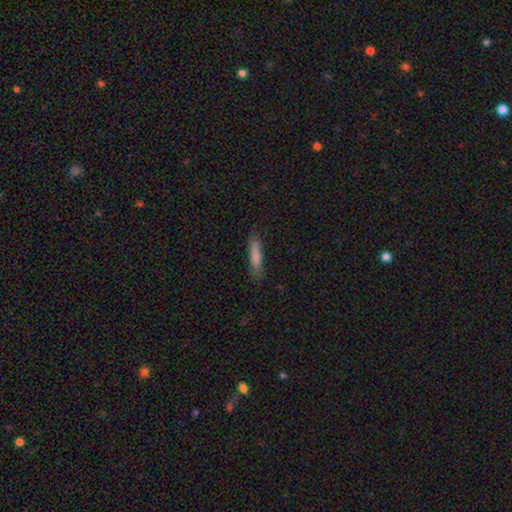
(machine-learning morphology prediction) This is clearly a smooth galaxy (80%). How rounded: clearly cigar-shaped (86%). Merging: clearly none (84%).